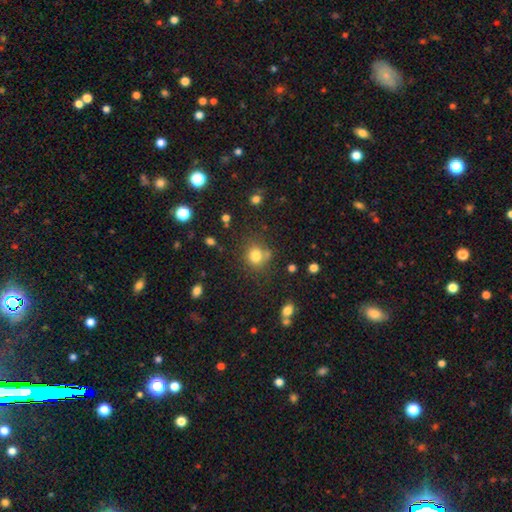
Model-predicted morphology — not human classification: A smooth galaxy with no disk features (79%) that is round (79%).

Vote fractions:
- Smooth or featured? smooth: 79% / star or artifact: 14% / featured or disk: 7%
- How rounded? round: 79% / in between: 20% / cigar-shaped: 1%
- Merging? none: 67% / minor disturbance: 15% / merger: 13% / major disturbance: 6%